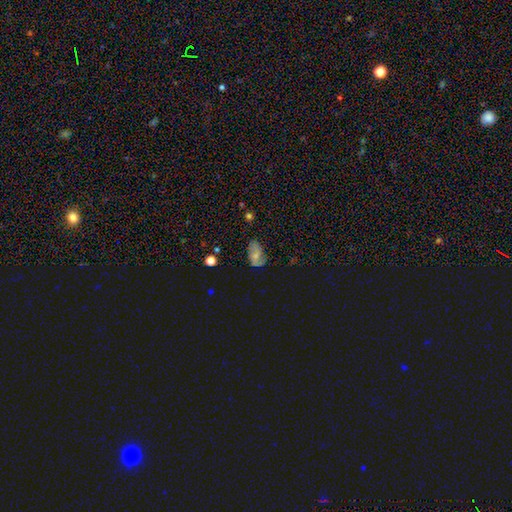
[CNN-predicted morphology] smooth_or_featured: featured or disk (p=0.47) [alt: smooth p=0.41]
merging: none (p=0.52) [alt: minor disturbance p=0.30]